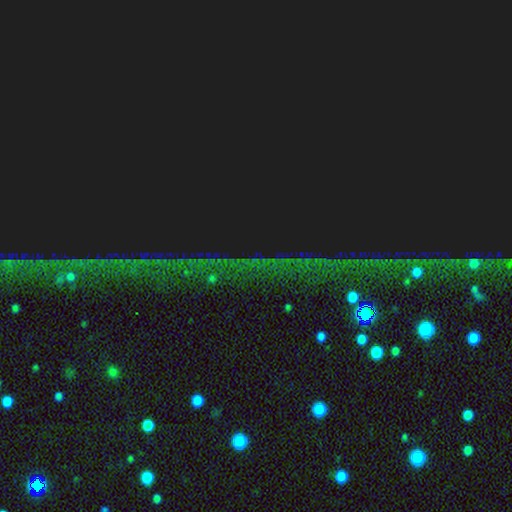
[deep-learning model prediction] Overall: star or artifact (85%).